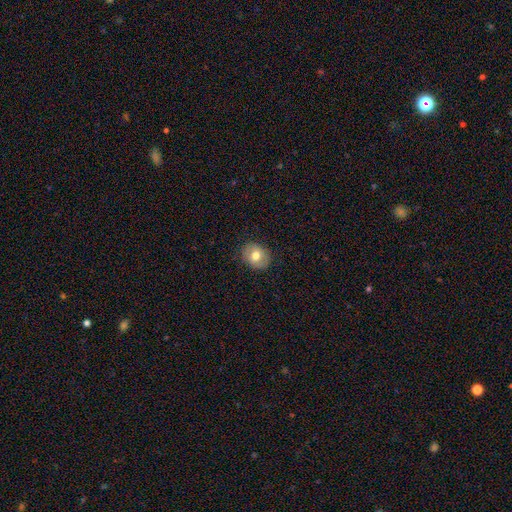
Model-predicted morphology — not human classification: A smooth galaxy with no disk features (71%) that is round (51%). Merging: none (87%).